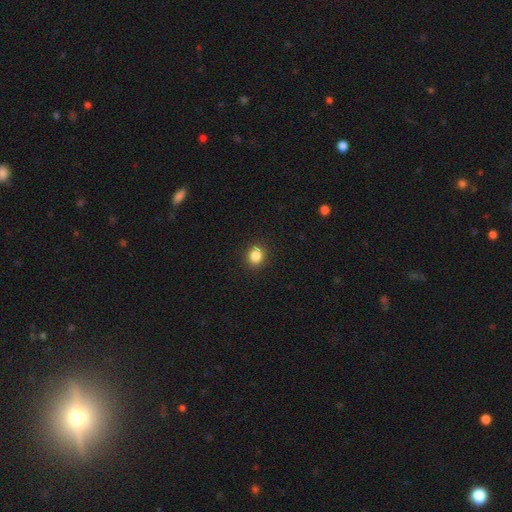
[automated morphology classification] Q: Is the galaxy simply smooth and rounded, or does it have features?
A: smooth — 85%.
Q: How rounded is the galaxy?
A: round — 62%.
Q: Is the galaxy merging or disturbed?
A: none — 90%.